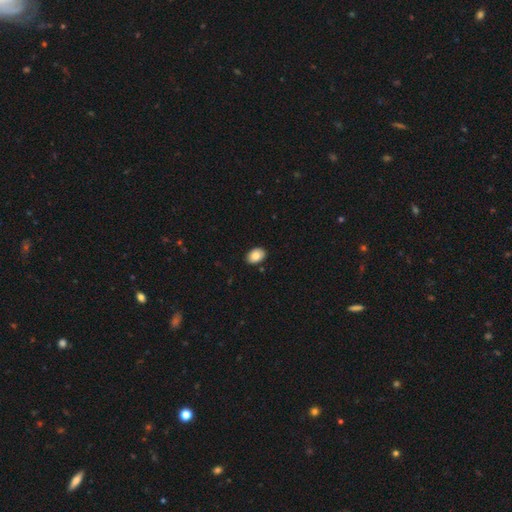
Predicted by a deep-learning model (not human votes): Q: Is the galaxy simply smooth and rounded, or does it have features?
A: smooth — 85%.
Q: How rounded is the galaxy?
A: in between — 83%.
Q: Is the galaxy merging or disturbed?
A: none — 89%.